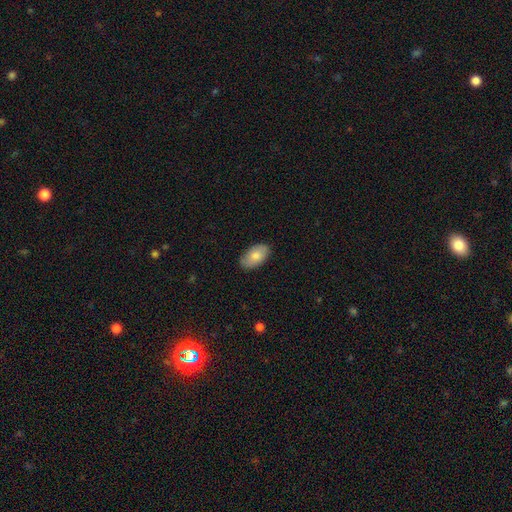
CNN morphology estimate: smooth-or-featured: smooth: 80% | featured or disk: 14% | star or artifact: 6%
  how-rounded: in between: 94% | round: 4% | cigar-shaped: 2%
  merging: none: 84% | minor disturbance: 13% | major disturbance: 2% | merger: 1%